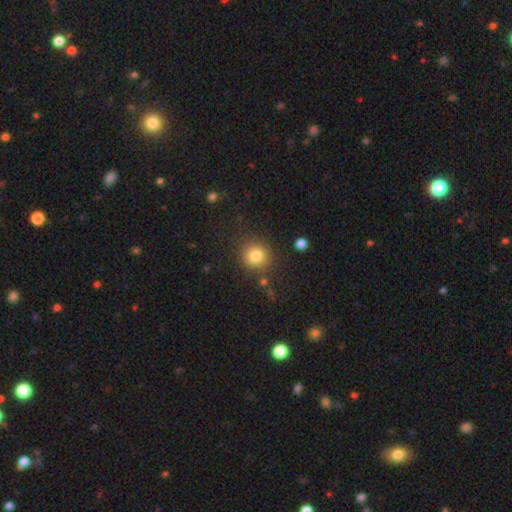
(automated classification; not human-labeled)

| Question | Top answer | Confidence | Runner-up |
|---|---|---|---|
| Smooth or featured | smooth | 82% | star or artifact (11%) |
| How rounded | round | 88% | in between (11%) |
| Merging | none | 85% | minor disturbance (9%) |